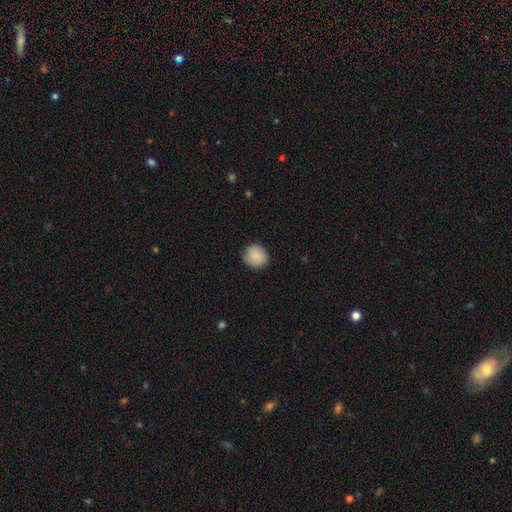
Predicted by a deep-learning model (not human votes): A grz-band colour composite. It shows a smooth galaxy with no disk features (88%) that is round (83%). Merging: none (87%).